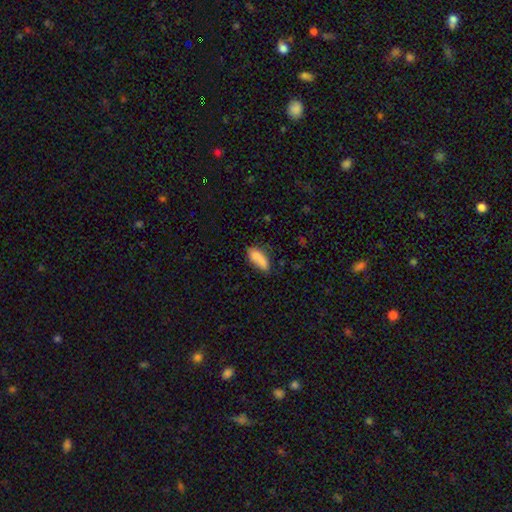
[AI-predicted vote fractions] The model was most divided on "merging": none: 44%, merger: 25%, minor disturbance: 22%, major disturbance: 8%. More confident: smooth or featured — smooth (77%); how rounded — in between (77%).